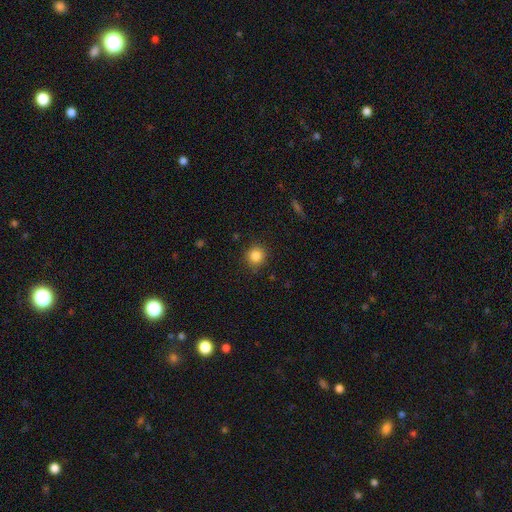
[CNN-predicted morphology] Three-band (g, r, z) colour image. It shows a smooth galaxy with no disk features (85%) that is round (92%). Merging: none (89%).